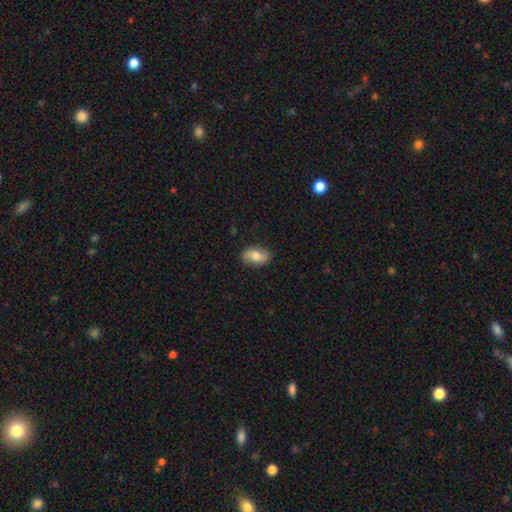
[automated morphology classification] This appears to be a smooth galaxy with no disk features (72%) that is in between round and cigar-shaped (91%). Merging: none (85%).